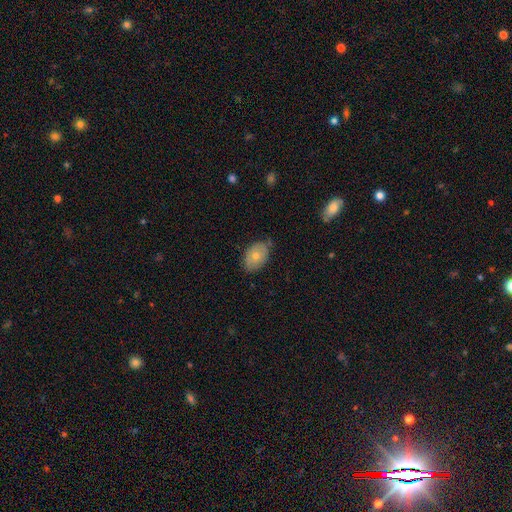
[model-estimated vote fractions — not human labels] Smooth or featured? smooth (70%)
How rounded? in between (85%)
Merging? none (72%)